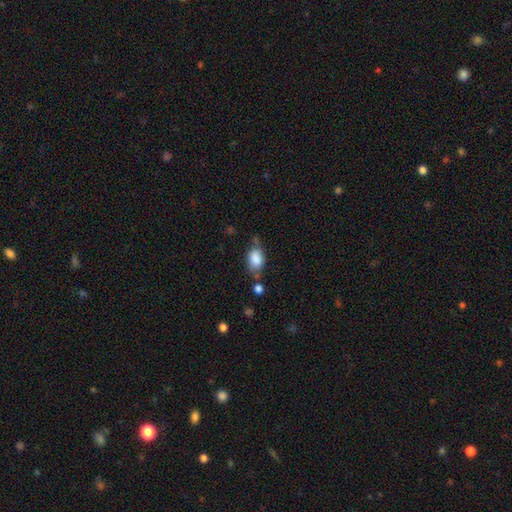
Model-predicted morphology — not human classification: Smooth or featured: smooth — 84% (star or artifact — 8%)
How rounded: in between — 83% (round — 15%)
Merging: none — 56% (minor disturbance — 25%)